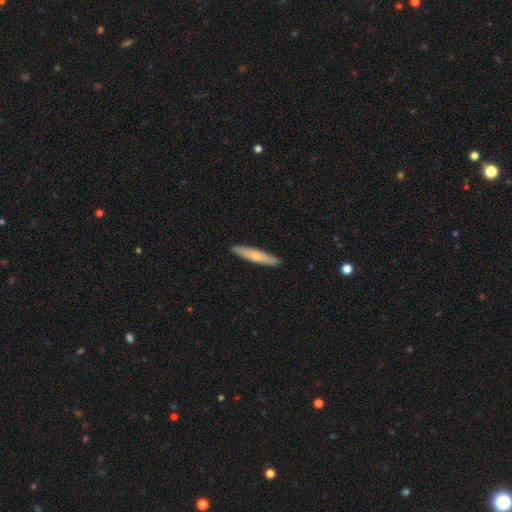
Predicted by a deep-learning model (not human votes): smooth 60%, featured or disk 35%, star or artifact 5%. Down the decision tree: how rounded — cigar-shaped (92%); merging — none (91%).